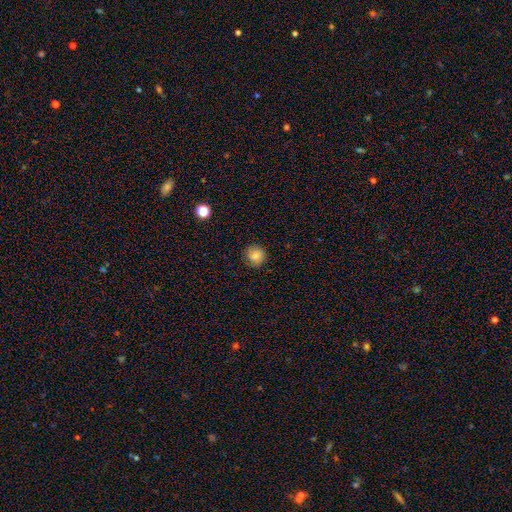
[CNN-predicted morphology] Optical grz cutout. It shows a smooth galaxy with no disk features (84%) that is round (92%). Merging: none (88%).